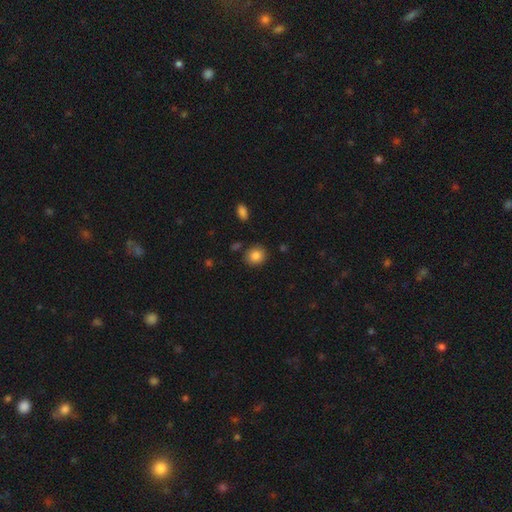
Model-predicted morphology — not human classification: Smooth or featured?
  - smooth: 85% *
  - star or artifact: 9%
  - featured or disk: 5%
How rounded?
  - round: 75% *
  - in between: 24%
  - cigar-shaped: 1%
Merging?
  - none: 86% *
  - minor disturbance: 9%
  - merger: 3%
  - major disturbance: 2%